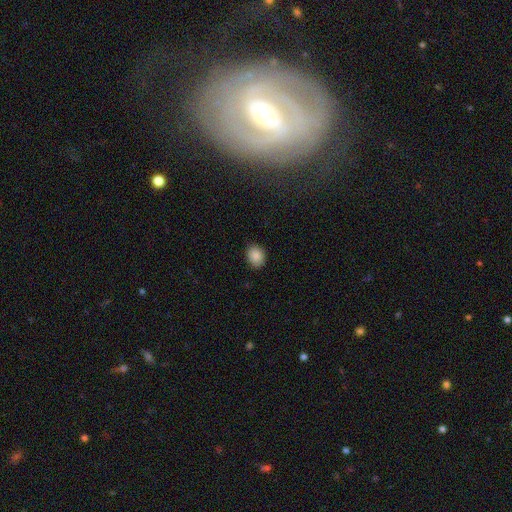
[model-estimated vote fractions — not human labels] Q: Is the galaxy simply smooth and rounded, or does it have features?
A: smooth — 88%.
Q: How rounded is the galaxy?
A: round — 53%.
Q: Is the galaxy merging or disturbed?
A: none — 88%.